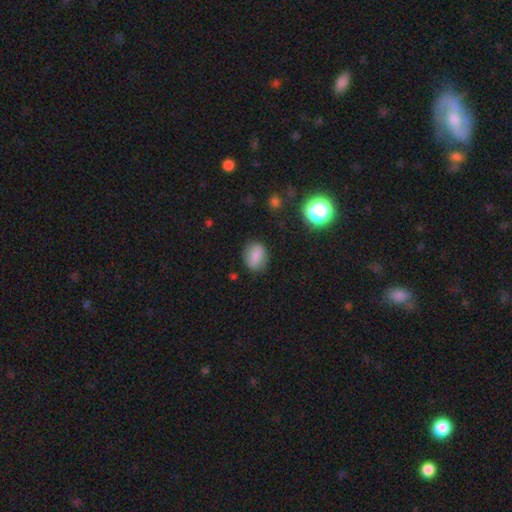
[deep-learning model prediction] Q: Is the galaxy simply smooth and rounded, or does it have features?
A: smooth — 78%.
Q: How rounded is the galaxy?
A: in between — 62%.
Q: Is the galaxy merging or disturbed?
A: none — 81%.